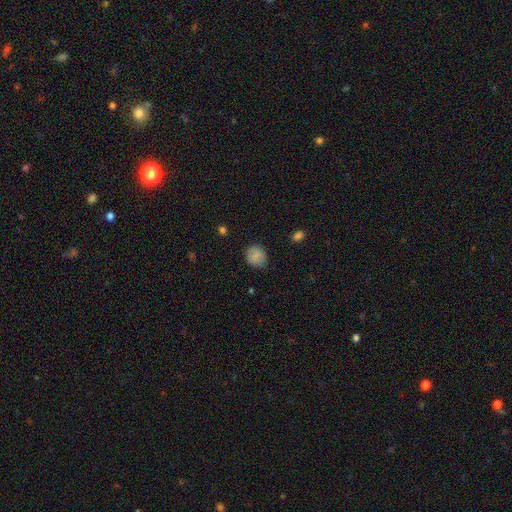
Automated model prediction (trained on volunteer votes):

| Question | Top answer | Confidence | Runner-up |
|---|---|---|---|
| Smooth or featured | smooth | 86% | star or artifact (9%) |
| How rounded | round | 75% | in between (24%) |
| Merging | none | 83% | minor disturbance (13%) |